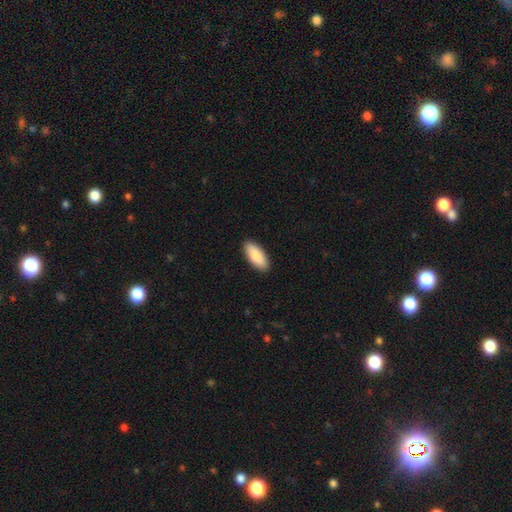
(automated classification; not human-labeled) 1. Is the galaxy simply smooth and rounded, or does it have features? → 86% smooth, 9% featured or disk, 5% star or artifact.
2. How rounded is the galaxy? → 85% in between, 14% cigar-shaped, 2% round.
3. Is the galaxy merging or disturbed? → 91% none, 7% minor disturbance, 1% major disturbance, 1% merger.